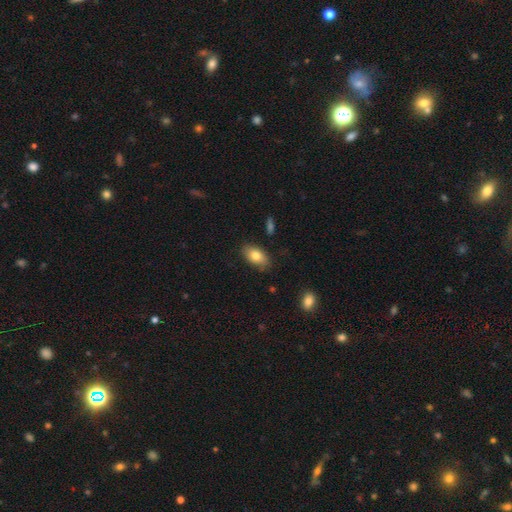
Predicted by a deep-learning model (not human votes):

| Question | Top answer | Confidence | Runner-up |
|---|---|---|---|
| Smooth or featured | smooth | 79% | featured or disk (14%) |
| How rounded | in between | 91% | round (6%) |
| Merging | none | 80% | minor disturbance (16%) |